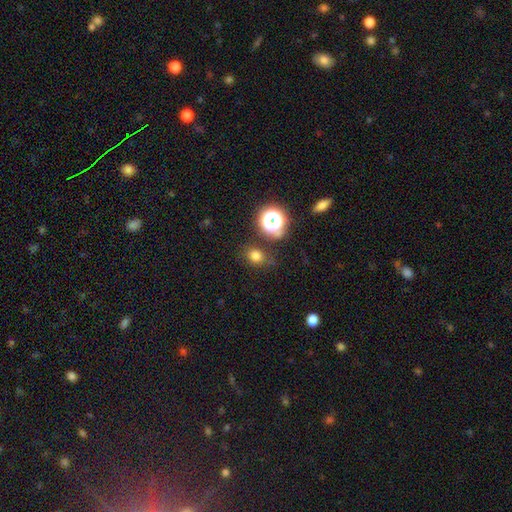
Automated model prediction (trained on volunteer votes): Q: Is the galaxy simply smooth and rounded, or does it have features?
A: smooth — 74%.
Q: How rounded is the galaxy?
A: round — 64%.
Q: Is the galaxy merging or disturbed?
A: none — 77%.